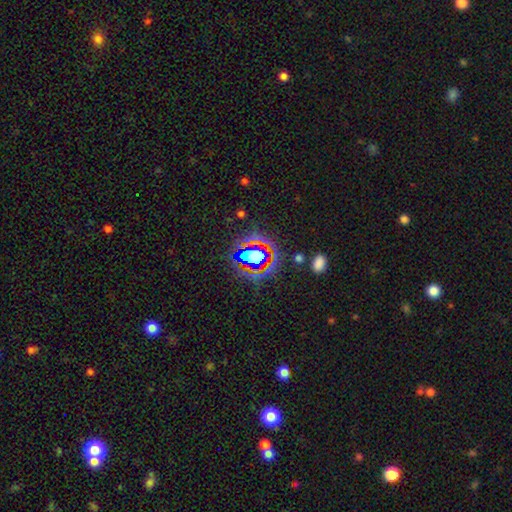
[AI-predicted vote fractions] Overall: star or artifact (58%; smooth 26%).